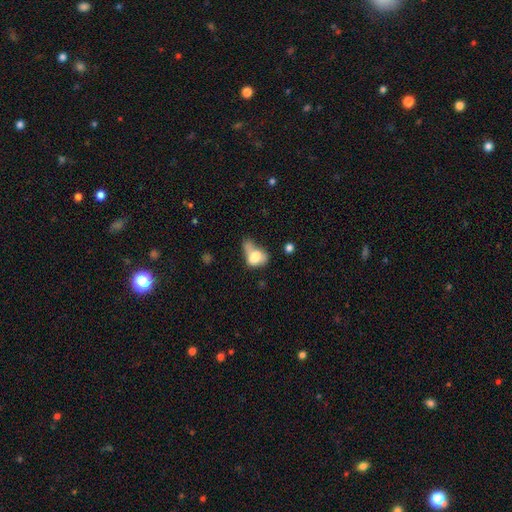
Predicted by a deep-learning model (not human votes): Morphology: type=smooth (64%); roundness=in between (79%); merging=merger (35%).